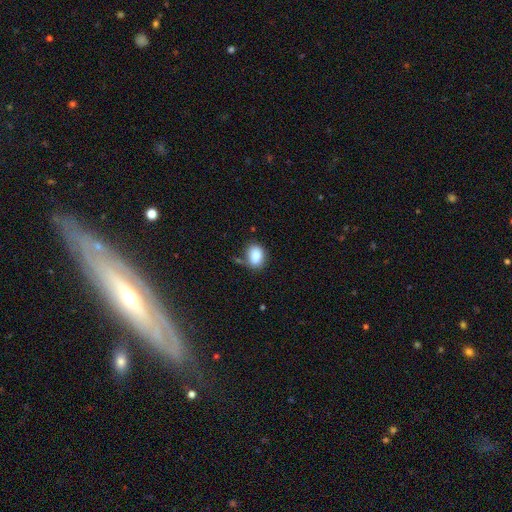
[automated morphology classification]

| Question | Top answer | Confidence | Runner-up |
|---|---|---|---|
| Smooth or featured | smooth | 85% | star or artifact (9%) |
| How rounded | in between | 73% | round (26%) |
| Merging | none | 63% | minor disturbance (21%) |